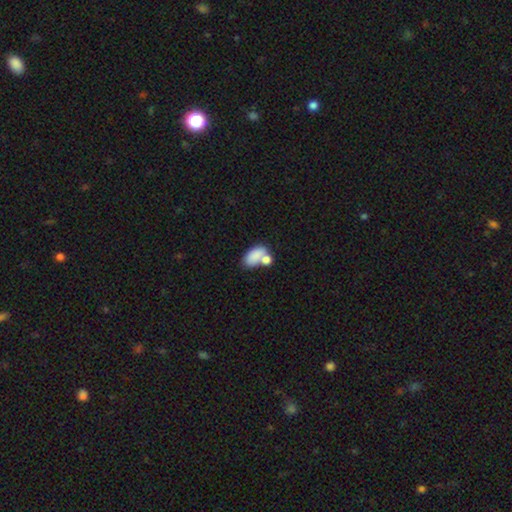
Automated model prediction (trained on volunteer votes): smooth-or-featured: smooth: 81% | featured or disk: 11% | star or artifact: 9%
  how-rounded: in between: 90% | round: 7% | cigar-shaped: 2%
  merging: merger: 45% | none: 36% | minor disturbance: 13% | major disturbance: 7%